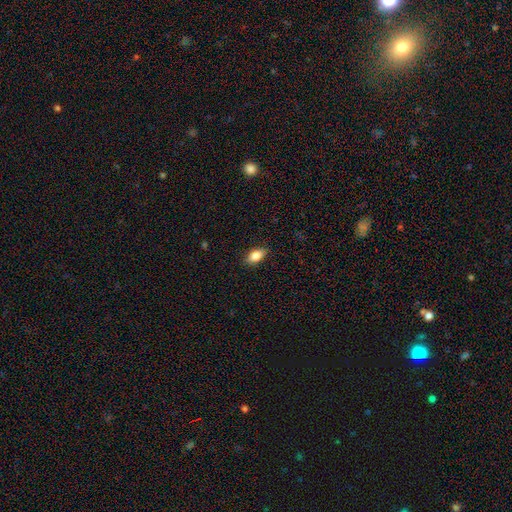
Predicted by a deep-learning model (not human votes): Smooth or featured? smooth (85%)
How rounded? in between (90%)
Merging? none (87%)